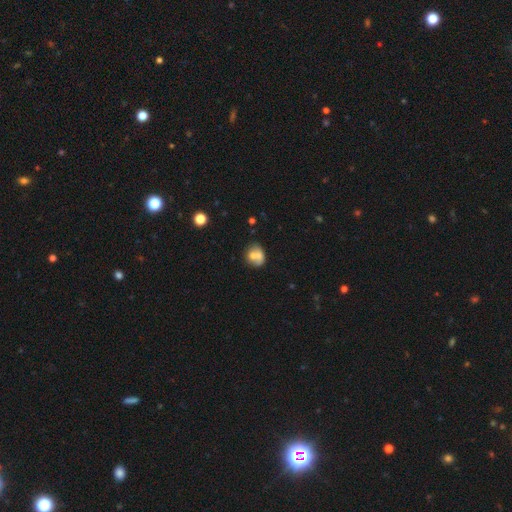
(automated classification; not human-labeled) This is likely a smooth galaxy (63%). How rounded: likely round (62%). Merging: marginally merger (44%).